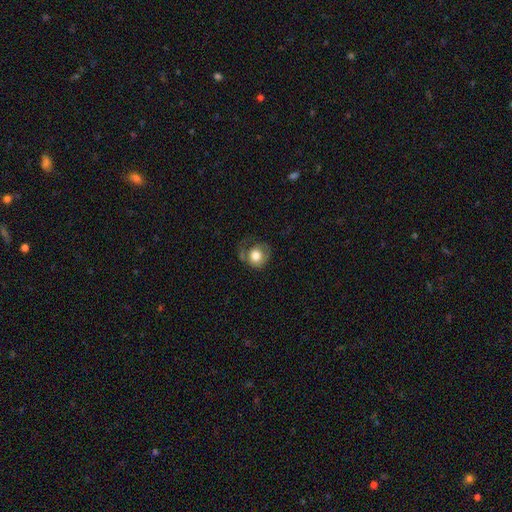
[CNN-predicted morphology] This appears to be a smooth galaxy with no disk features (75%) that is round (77%). Merging: none (44%).